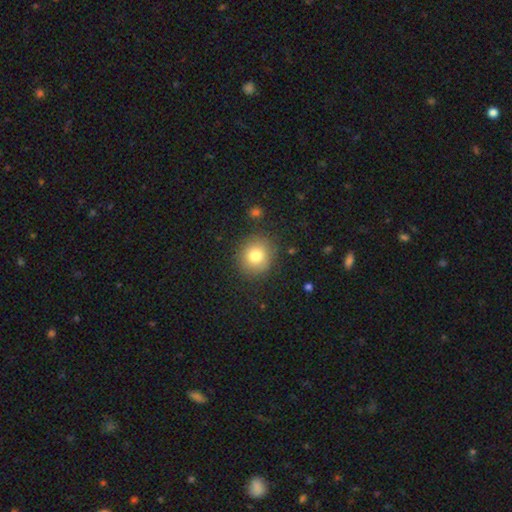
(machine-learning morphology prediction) type=smooth (79%); roundness=round (87%); merging=none (86%).